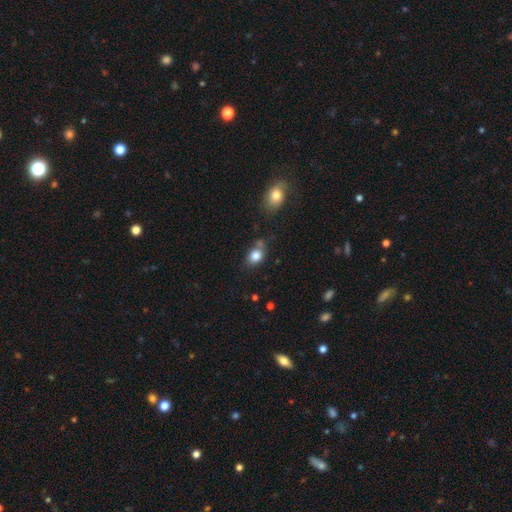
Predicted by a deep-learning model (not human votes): Q: Smooth or featured?
A: smooth (83%); runner-up: star or artifact (10%)
Q: How rounded?
A: in between (66%); runner-up: round (32%)
Q: Merging?
A: none (63%); runner-up: minor disturbance (21%)